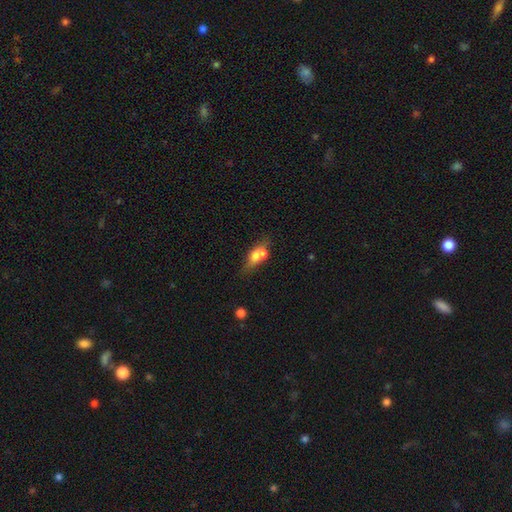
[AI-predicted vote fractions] A smooth galaxy with no disk features (60%) that is in between round and cigar-shaped (63%). Merging: merger (48%).